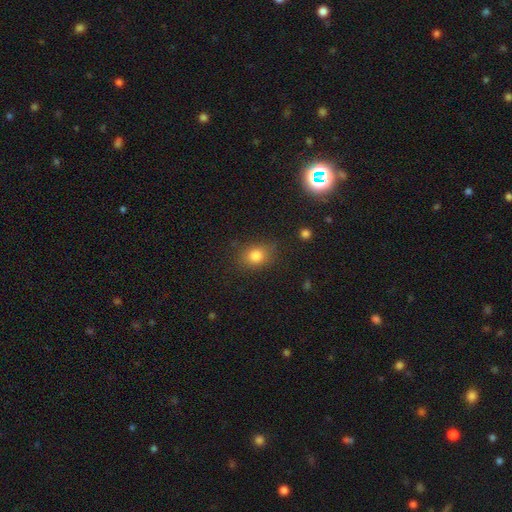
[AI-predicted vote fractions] This is clearly a smooth galaxy (81%). How rounded: possibly round (51%). Merging: likely none (79%).